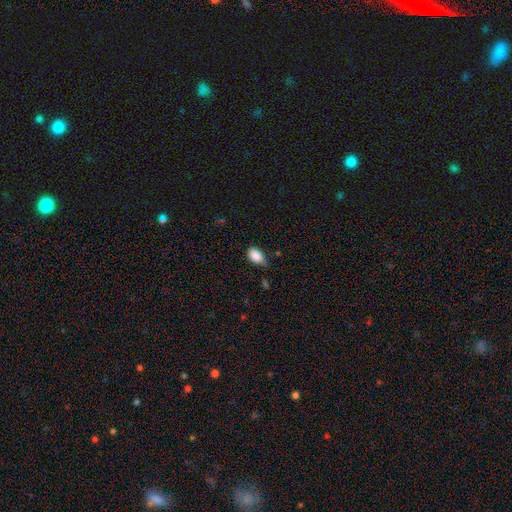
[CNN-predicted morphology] A smooth galaxy with no disk features (87%) that is in between round and cigar-shaped (89%). Merging: none (53%).